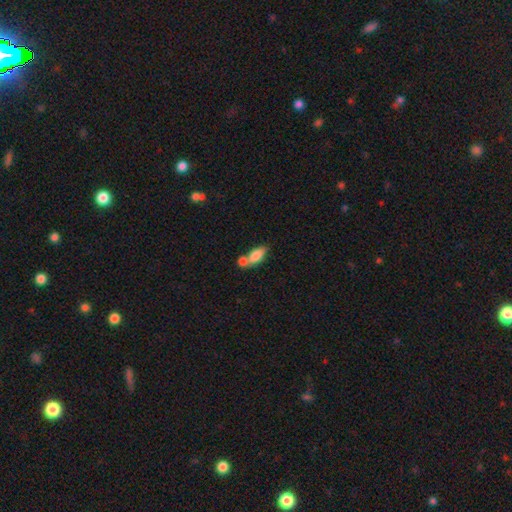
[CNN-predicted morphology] A smooth galaxy with no disk features (78%) that is in between round and cigar-shaped (83%). Merging: merger (50%).